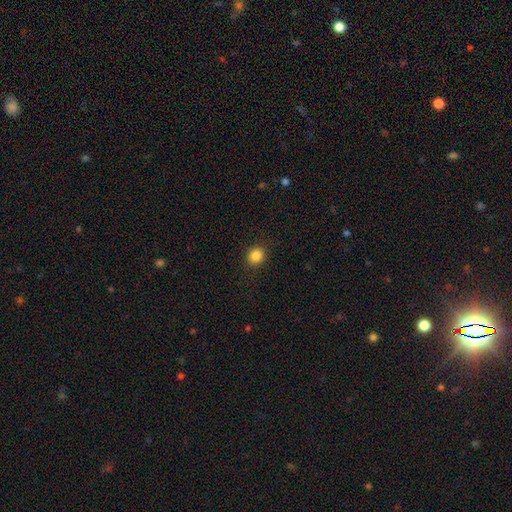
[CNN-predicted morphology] Smooth or featured? Predicted: smooth (p=0.85). How rounded? Predicted: round (p=0.83). Merging? Predicted: none (p=0.90).